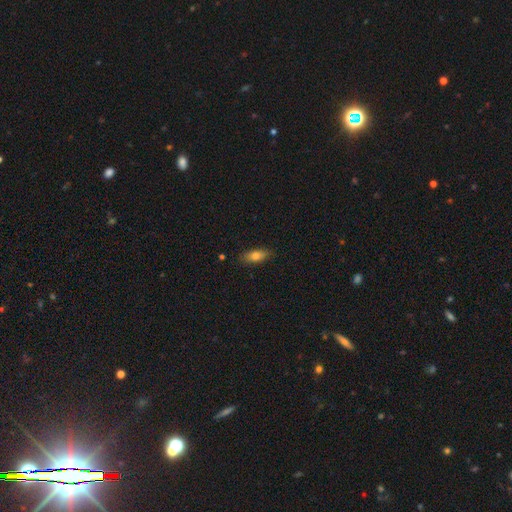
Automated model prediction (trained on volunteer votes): A smooth galaxy with no disk features (78%) that is in between round and cigar-shaped (78%).

Vote fractions:
- Smooth or featured? smooth: 78% / featured or disk: 14% / star or artifact: 8%
- How rounded? in between: 78% / cigar-shaped: 18% / round: 4%
- Merging? none: 84% / minor disturbance: 12% / major disturbance: 2% / merger: 1%